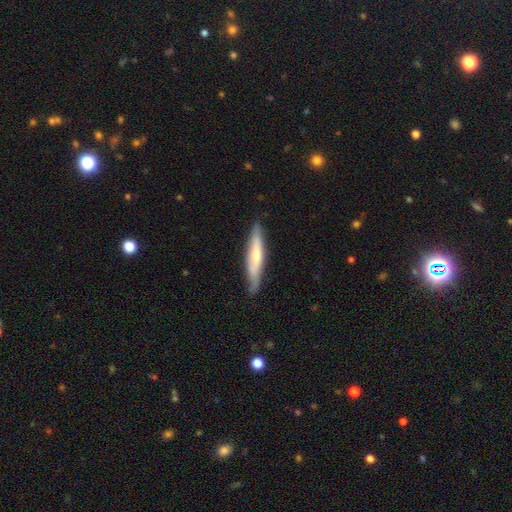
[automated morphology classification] Smooth or featured? smooth (50%)
Merging? none (77%)